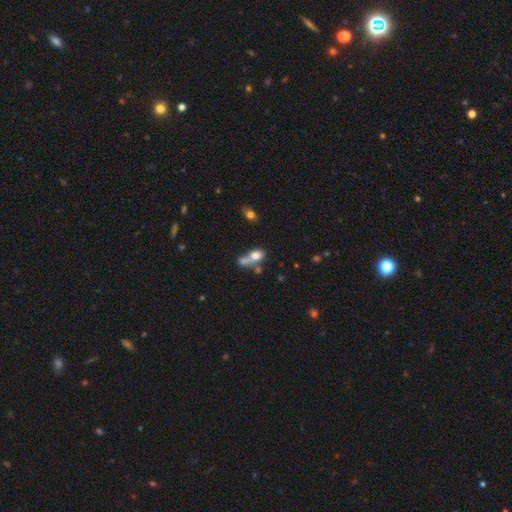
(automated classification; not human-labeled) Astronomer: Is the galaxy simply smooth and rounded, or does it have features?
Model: smooth — 68%.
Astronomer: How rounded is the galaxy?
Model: in between — 58% (runner-up: round, 39%).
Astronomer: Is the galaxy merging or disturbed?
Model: merger — 62%.